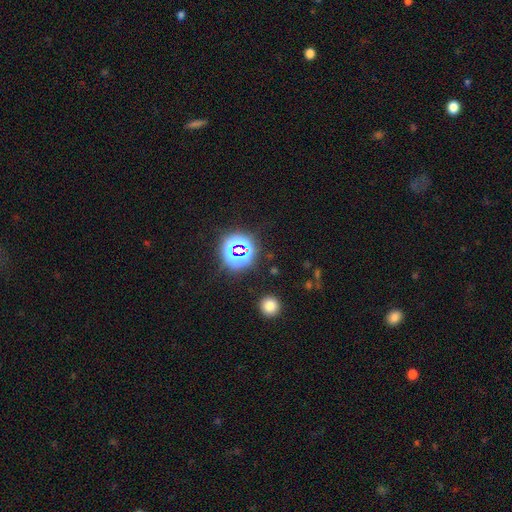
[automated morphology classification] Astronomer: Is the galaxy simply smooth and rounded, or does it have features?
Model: star or artifact — 78%.